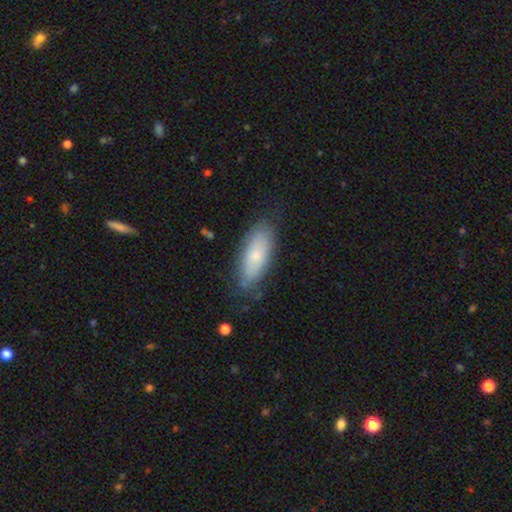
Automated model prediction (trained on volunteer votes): Smooth or featured? smooth (71%)
How rounded? in between (78%)
Merging? none (74%)